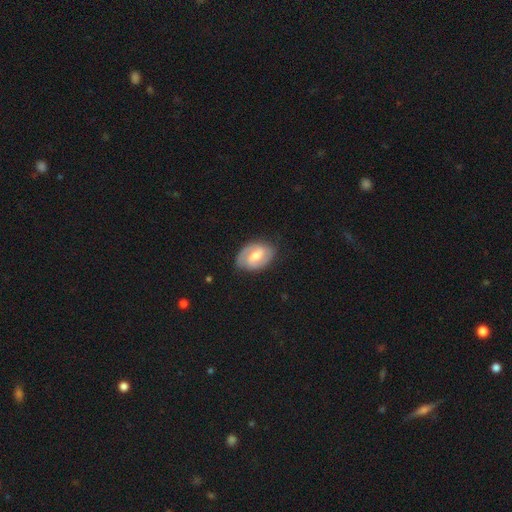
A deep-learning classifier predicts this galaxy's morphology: smooth_or_featured: featured or disk (p=0.78) [alt: smooth p=0.17]
disk_edge_on: no (p=0.97) [alt: yes p=0.03]
bar: weak (p=0.53) [alt: strong p=0.30]
has_spiral_arms: yes (p=0.92) [alt: no p=0.08]
spiral_winding: medium (p=0.44) [alt: tight p=0.42]
spiral_arm_count: 2 (p=0.88) [alt: can't tell p=0.06]
bulge_size: moderate (p=0.64) [alt: small p=0.24]
merging: none (p=0.81) [alt: minor disturbance p=0.14]